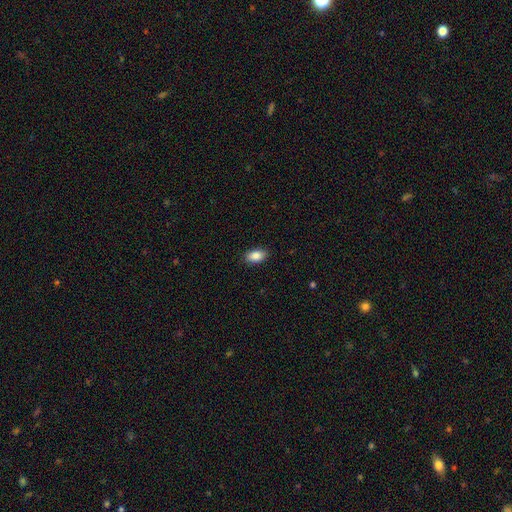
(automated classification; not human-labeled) A smooth galaxy with no disk features (87%) that is in between round and cigar-shaped (92%). Merging: none (89%).